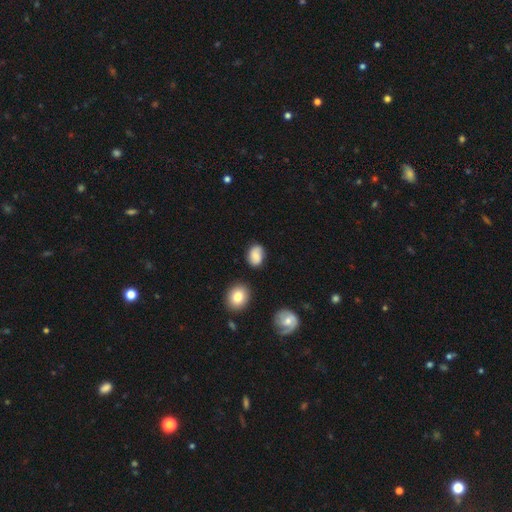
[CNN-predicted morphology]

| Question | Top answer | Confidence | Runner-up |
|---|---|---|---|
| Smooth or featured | smooth | 68% | featured or disk (23%) |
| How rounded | in between | 68% | round (30%) |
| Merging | none | 75% | minor disturbance (17%) |